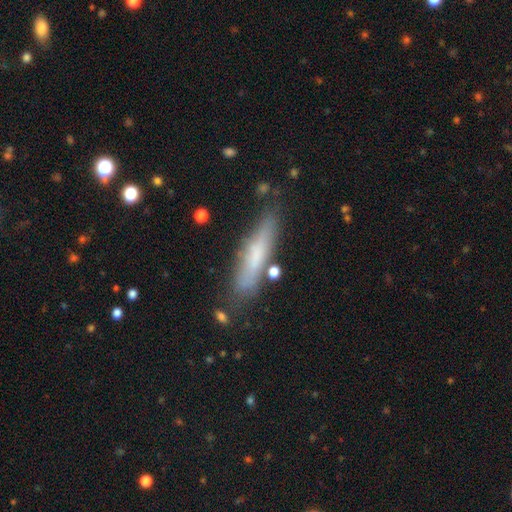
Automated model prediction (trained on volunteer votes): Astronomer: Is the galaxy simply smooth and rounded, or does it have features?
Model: smooth — 63%.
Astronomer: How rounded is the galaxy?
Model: cigar-shaped — 79%.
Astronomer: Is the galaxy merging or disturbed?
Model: none — 74%.